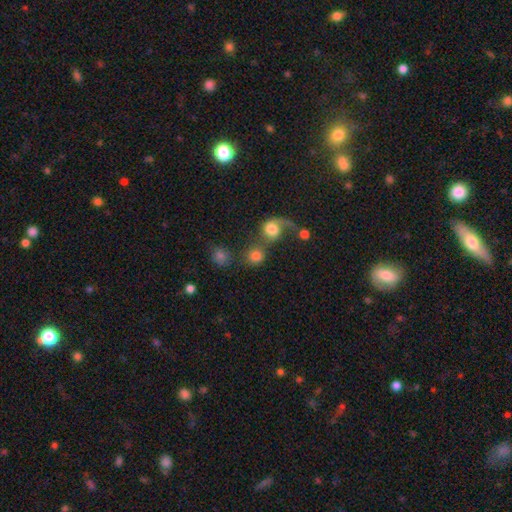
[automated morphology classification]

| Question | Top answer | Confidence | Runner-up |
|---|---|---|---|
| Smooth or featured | smooth | 75% | featured or disk (15%) |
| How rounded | round | 86% | in between (12%) |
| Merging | merger | 47% | none (34%) |